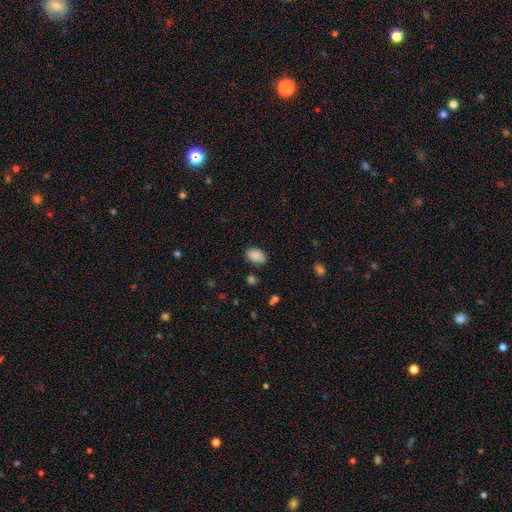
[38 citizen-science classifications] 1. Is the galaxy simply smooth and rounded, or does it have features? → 92% smooth, 8% featured or disk, 0% star or artifact.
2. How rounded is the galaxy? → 89% in between, 11% round, 0% cigar-shaped.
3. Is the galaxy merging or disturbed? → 84% none, 11% minor disturbance, 5% major disturbance, 0% merger.